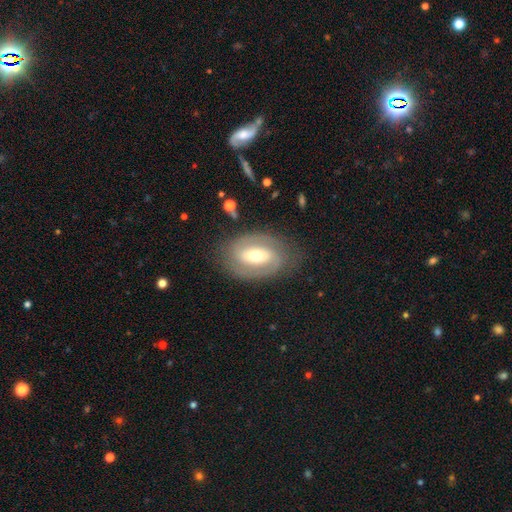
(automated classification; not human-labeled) Overall: featured or disk (75%). Edge-on disk: no (95%). Bar: strong (40%; weak 35%). Spiral arms: yes (78%). Spiral arm count: 2 (82%). Spiral winding: tight (48%; medium 38%). Bulge size: moderate (61%; small 30%). Merging: none (80%).